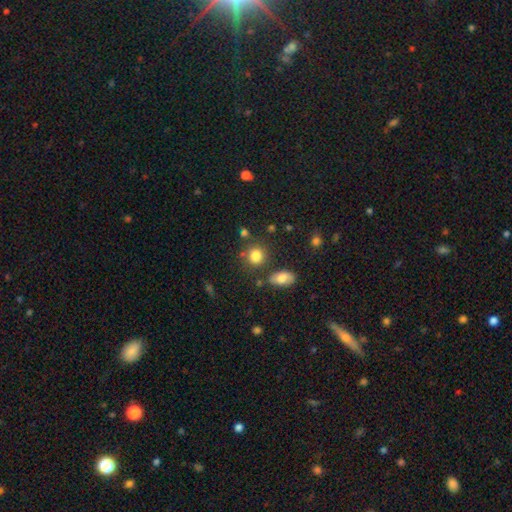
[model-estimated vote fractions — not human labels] A smooth galaxy with no disk features (82%) that is round (78%). Merging: none (75%).